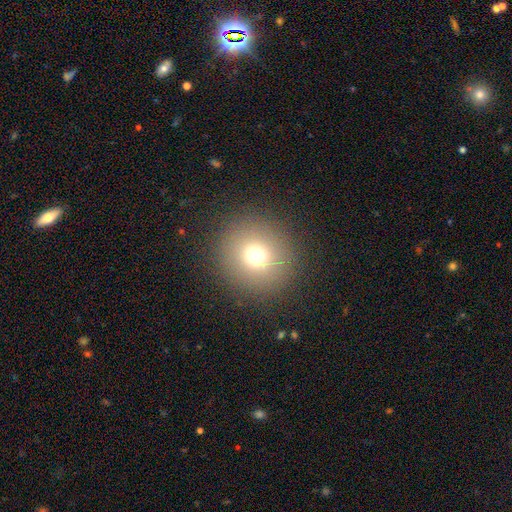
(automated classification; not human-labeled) This appears to be a smooth galaxy with no disk features (71%) that is round (94%). Merging: none (90%).